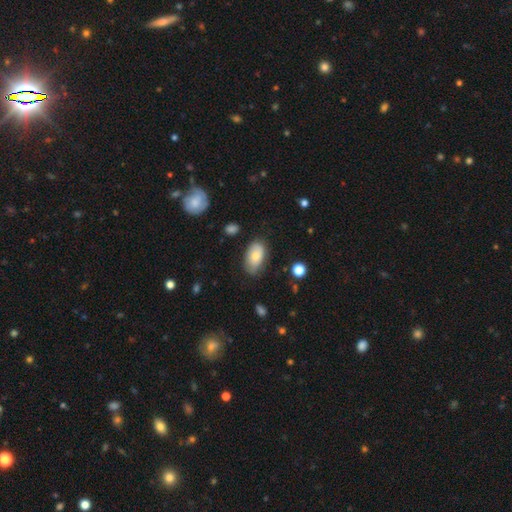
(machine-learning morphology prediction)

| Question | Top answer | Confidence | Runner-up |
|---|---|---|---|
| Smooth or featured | smooth | 73% | featured or disk (20%) |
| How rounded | in between | 93% | round (5%) |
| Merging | none | 70% | minor disturbance (23%) |